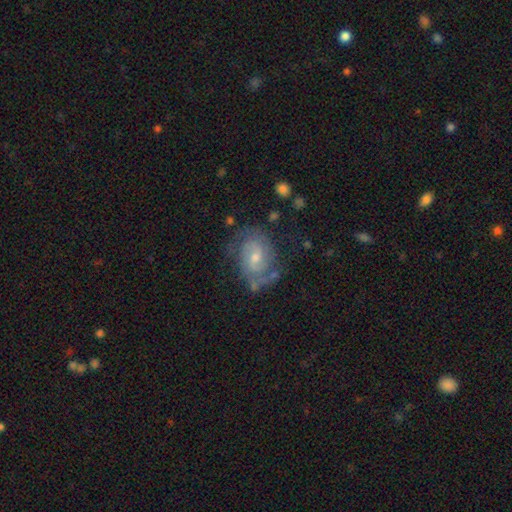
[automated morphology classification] smooth_or_featured: featured or disk (p=0.78) [alt: smooth p=0.15]
disk_edge_on: no (p=0.97) [alt: yes p=0.03]
bar: weak (p=0.48) [alt: no p=0.44]
has_spiral_arms: yes (p=0.91) [alt: no p=0.09]
spiral_winding: medium (p=0.44) [alt: tight p=0.40]
spiral_arm_count: 2 (p=0.73) [alt: can't tell p=0.15]
bulge_size: moderate (p=0.48) [alt: small p=0.47]
merging: none (p=0.63) [alt: minor disturbance p=0.21]